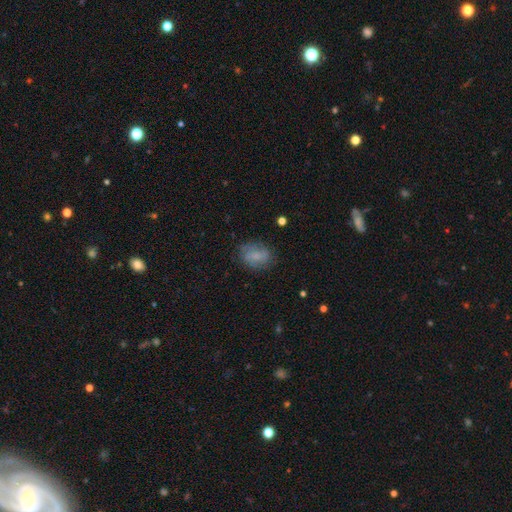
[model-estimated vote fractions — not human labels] The model was most divided on "smooth or featured": smooth: 53%, featured or disk: 38%, star or artifact: 9%. More confident: merging — none (74%); how rounded — in between (71%).